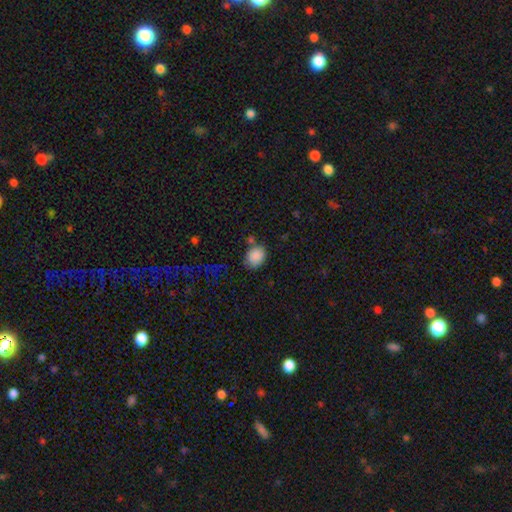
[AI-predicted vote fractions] The model was most divided on "how rounded": in between: 56%, round: 43%, cigar-shaped: 1%. More confident: smooth or featured — smooth (88%); merging — none (69%).